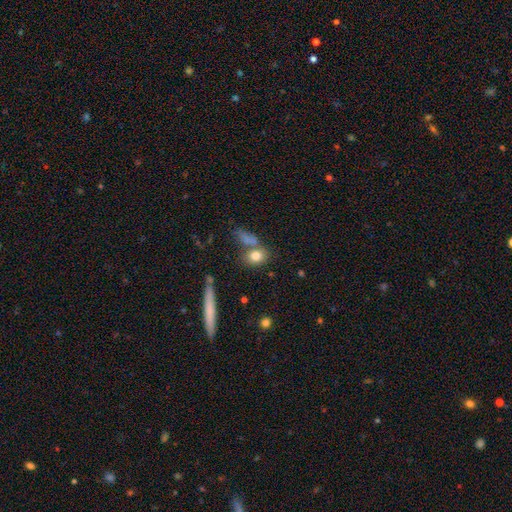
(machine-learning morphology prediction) Smooth or featured? smooth (79%)
How rounded? in between (52%)
Merging? none (59%)